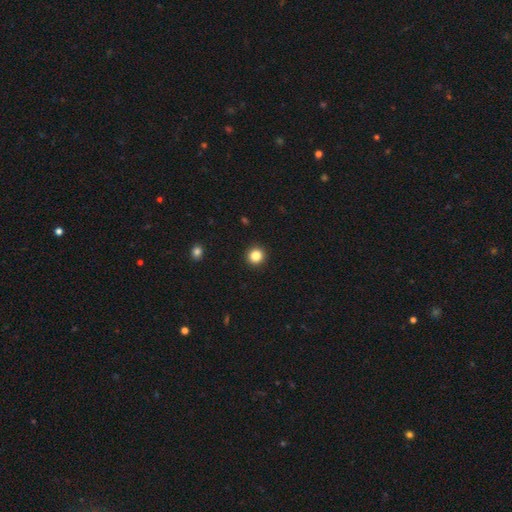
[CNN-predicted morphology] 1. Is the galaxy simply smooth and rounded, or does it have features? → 85% smooth, 11% star or artifact, 4% featured or disk.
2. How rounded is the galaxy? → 93% round, 6% in between, 1% cigar-shaped.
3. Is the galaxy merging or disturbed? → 93% none, 4% minor disturbance, 2% major disturbance, 1% merger.